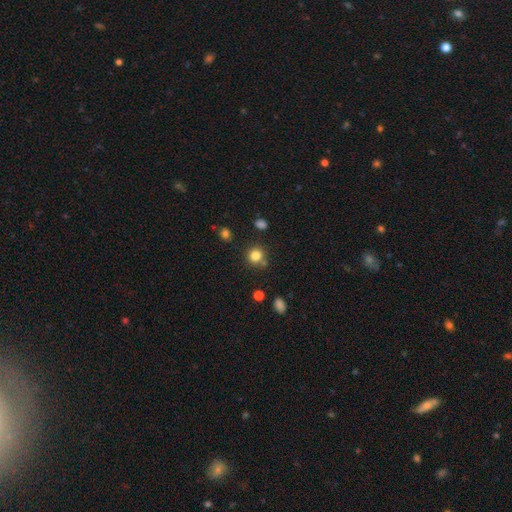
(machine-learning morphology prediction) The model was most divided on "merging": none: 76%, merger: 10%, minor disturbance: 10%, major disturbance: 3%. More confident: how rounded — round (89%); smooth or featured — smooth (82%).